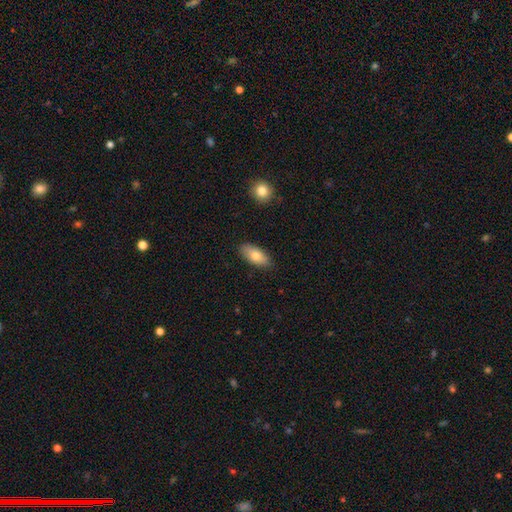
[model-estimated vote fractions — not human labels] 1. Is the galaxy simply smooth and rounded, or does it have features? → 76% smooth, 17% featured or disk, 7% star or artifact.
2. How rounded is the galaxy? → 87% in between, 10% cigar-shaped, 3% round.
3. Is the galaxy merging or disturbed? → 86% none, 11% minor disturbance, 2% major disturbance, 1% merger.